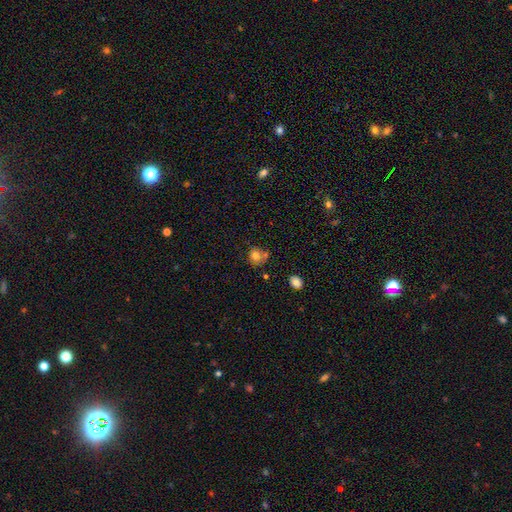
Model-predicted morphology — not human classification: This appears to be a smooth galaxy with no disk features (77%) that is round (78%). Merging: none (57%).